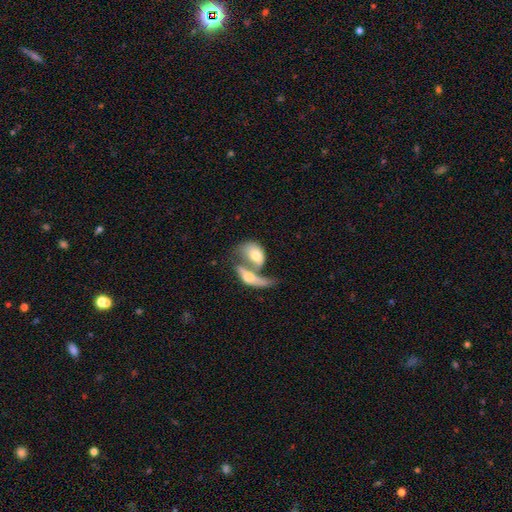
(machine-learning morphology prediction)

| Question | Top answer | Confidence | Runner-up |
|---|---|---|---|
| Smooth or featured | smooth | 58% | featured or disk (36%) |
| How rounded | in between | 80% | round (13%) |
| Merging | merger | 73% | major disturbance (12%) |